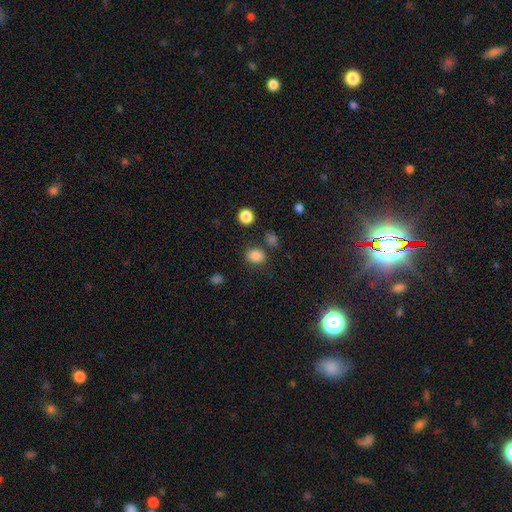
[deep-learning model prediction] The model was most divided on "how rounded": in between: 50%, round: 49%, cigar-shaped: 1%. More confident: smooth or featured — smooth (83%); merging — none (78%).